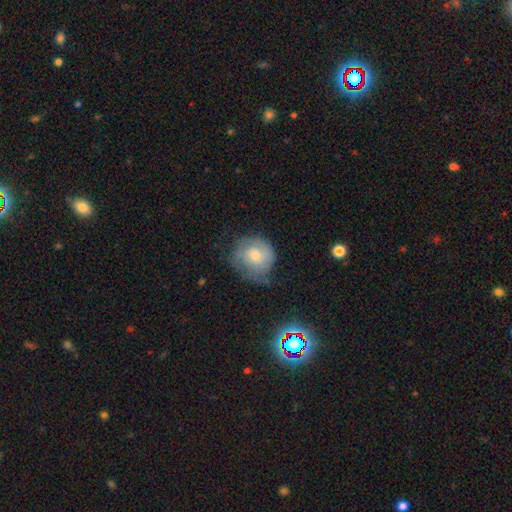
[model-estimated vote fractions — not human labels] Smooth or featured? Predicted: featured or disk (p=0.47). Merging? Predicted: none (p=0.57).